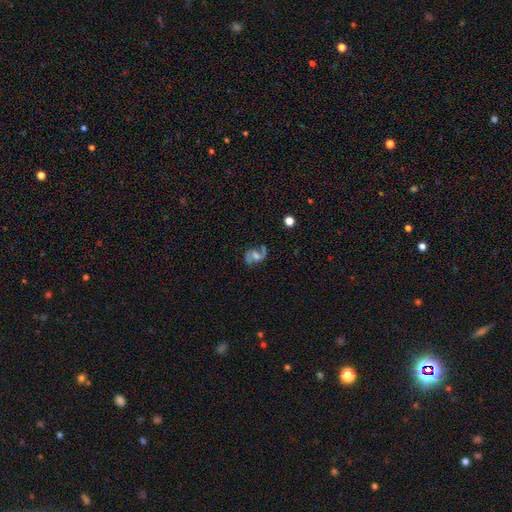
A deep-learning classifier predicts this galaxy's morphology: Q: Smooth or featured?
A: featured or disk (72%); runner-up: smooth (18%)
Q: Edge-on disk?
A: no (97%); runner-up: yes (3%)
Q: Bar?
A: no (42%); runner-up: weak (41%)
Q: Spiral arms?
A: yes (83%); runner-up: no (17%)
Q: Spiral winding?
A: medium (50%); runner-up: loose (28%)
Q: Spiral arm count?
A: 2 (85%); runner-up: can't tell (7%)
Q: Bulge size?
A: moderate (54%); runner-up: small (25%)
Q: Merging?
A: none (70%); runner-up: minor disturbance (17%)